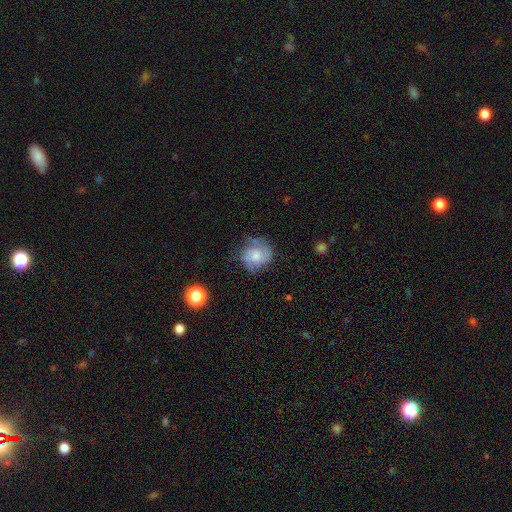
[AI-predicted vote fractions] A smooth galaxy with no disk features (47%). Merging: none (58%).